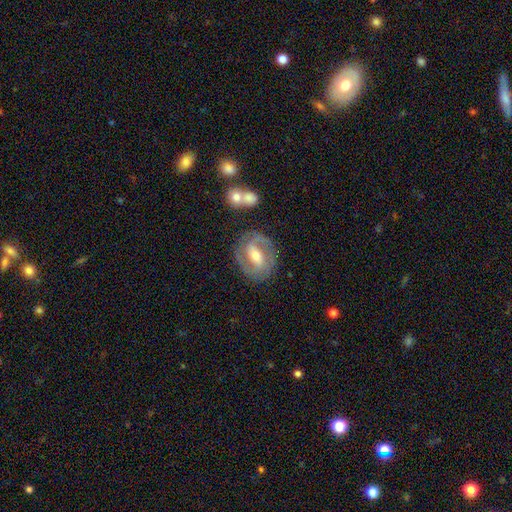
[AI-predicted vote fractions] Smooth or featured? featured or disk (76%)
Edge-on disk? no (96%)
Bar? strong (43%)
Spiral arms? yes (82%)
Spiral winding? medium (43%)
Spiral arm count? 2 (82%)
Bulge size? moderate (63%)
Merging? none (79%)